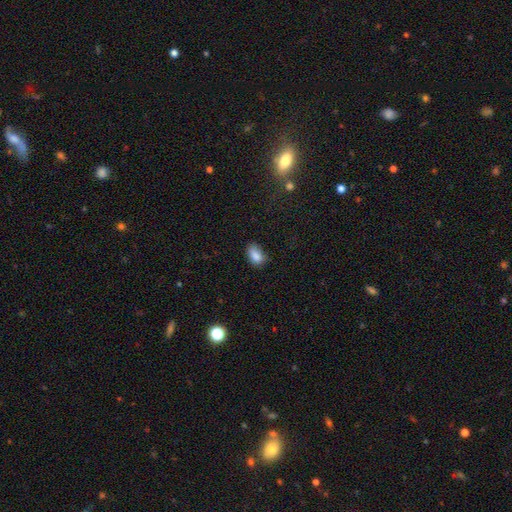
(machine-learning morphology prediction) Q: Smooth or featured?
A: smooth (85%); runner-up: star or artifact (9%)
Q: How rounded?
A: in between (90%); runner-up: round (8%)
Q: Merging?
A: none (65%); runner-up: minor disturbance (27%)